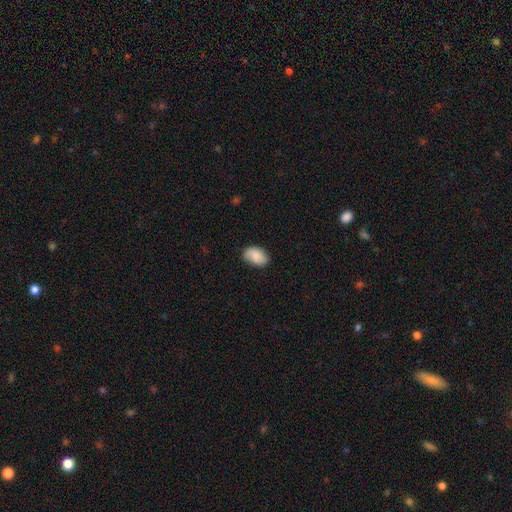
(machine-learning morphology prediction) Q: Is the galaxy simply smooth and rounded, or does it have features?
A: smooth — 84%.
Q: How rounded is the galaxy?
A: in between — 87%.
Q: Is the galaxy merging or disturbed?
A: none — 75%.